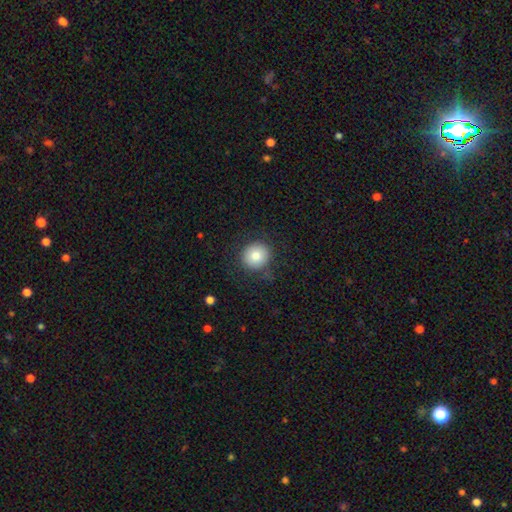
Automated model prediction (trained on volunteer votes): Q: Smooth or featured?
A: smooth (82%); runner-up: star or artifact (9%)
Q: How rounded?
A: round (90%); runner-up: in between (9%)
Q: Merging?
A: none (83%); runner-up: minor disturbance (11%)